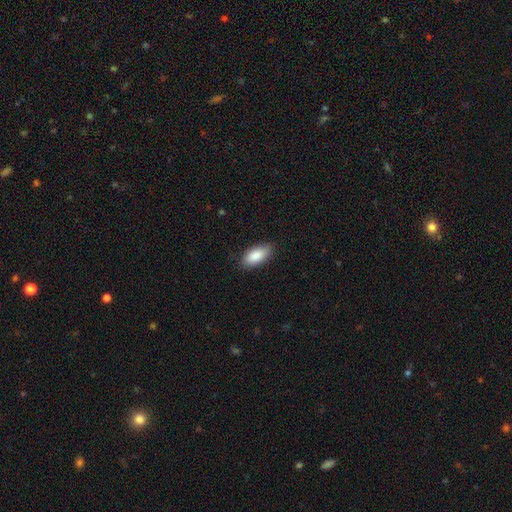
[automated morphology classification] Smooth or featured? smooth (87%)
How rounded? in between (88%)
Merging? none (85%)